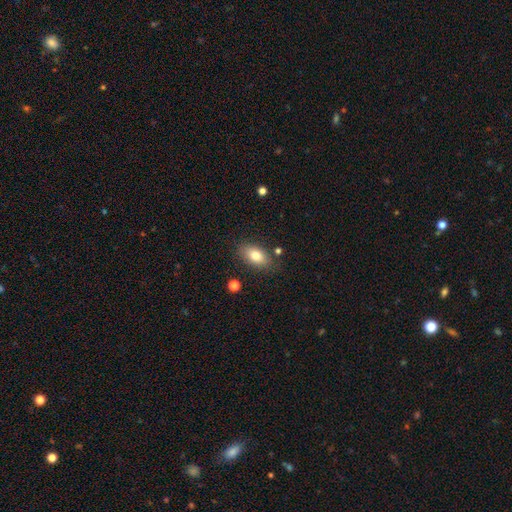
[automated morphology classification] A smooth galaxy with no disk features (79%) that is in between round and cigar-shaped (89%).

Vote fractions:
- Smooth or featured? smooth: 79% / featured or disk: 13% / star or artifact: 8%
- How rounded? in between: 89% / round: 8% / cigar-shaped: 3%
- Merging? none: 81% / minor disturbance: 13% / major disturbance: 3% / merger: 3%